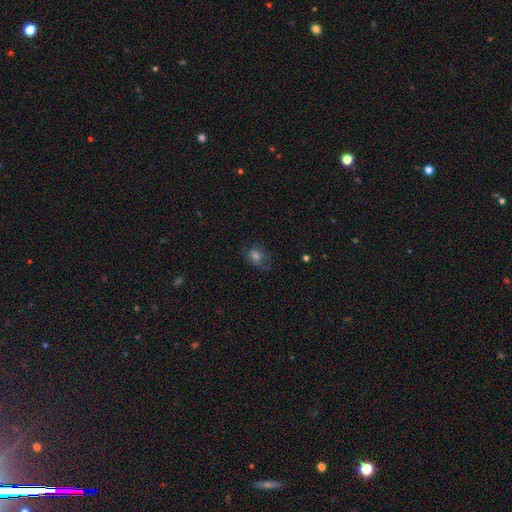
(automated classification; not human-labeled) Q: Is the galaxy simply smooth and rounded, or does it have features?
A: smooth — 65%.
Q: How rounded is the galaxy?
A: round — 55%.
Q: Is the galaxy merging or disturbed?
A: none — 64%.